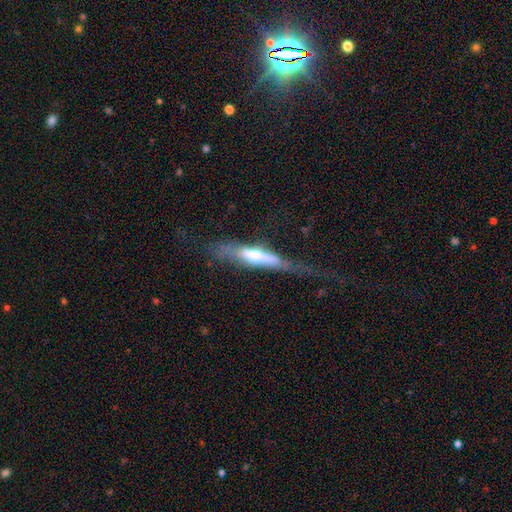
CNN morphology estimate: Smooth or featured: smooth — 48% (featured or disk — 46%)
Merging: none — 37% (major disturbance — 33%)